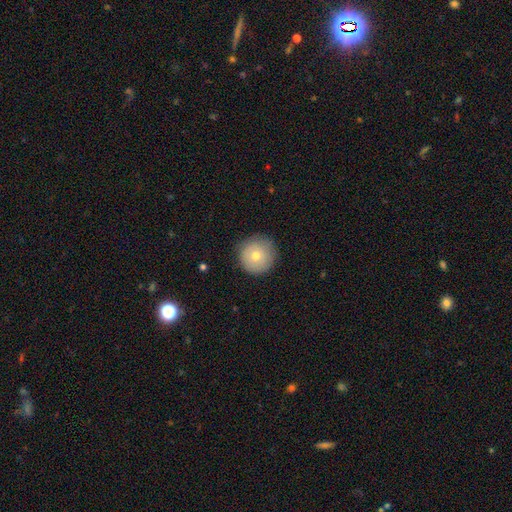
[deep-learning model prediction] Smooth or featured: smooth — 72% (featured or disk — 18%)
How rounded: round — 96% (in between — 3%)
Merging: none — 88% (minor disturbance — 9%)